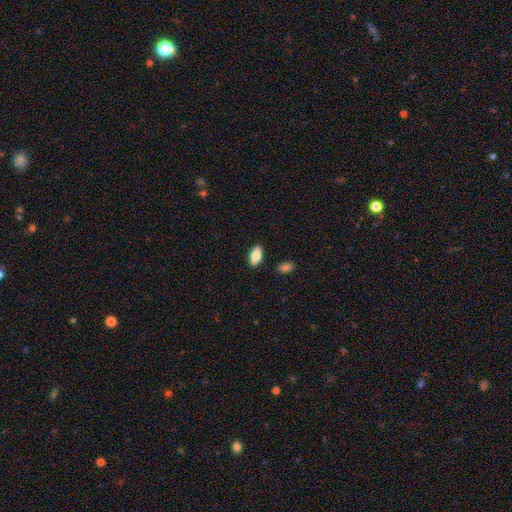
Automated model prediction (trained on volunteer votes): A smooth galaxy with no disk features (87%) that is in between round and cigar-shaped (93%).

Vote fractions:
- Smooth or featured? smooth: 87% / star or artifact: 7% / featured or disk: 6%
- How rounded? in between: 93% / cigar-shaped: 4% / round: 3%
- Merging? none: 88% / minor disturbance: 8% / merger: 2% / major disturbance: 2%